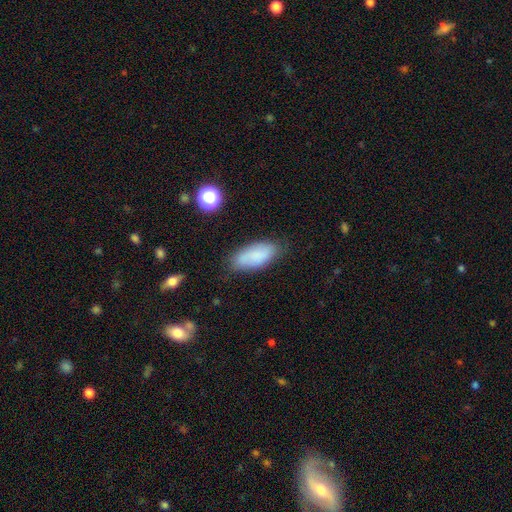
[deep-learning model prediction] smooth_or_featured: smooth (p=0.81) [alt: featured or disk p=0.11]
how_rounded: in between (p=0.86) [alt: cigar-shaped p=0.11]
merging: none (p=0.74) [alt: minor disturbance p=0.19]